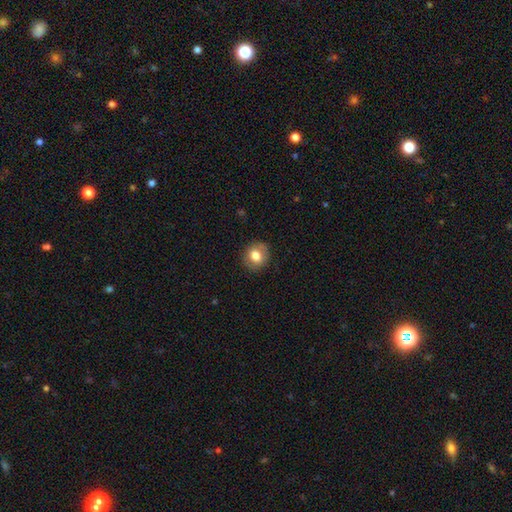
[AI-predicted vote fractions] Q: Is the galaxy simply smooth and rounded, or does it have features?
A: smooth — 77%.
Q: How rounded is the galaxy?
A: round — 76%.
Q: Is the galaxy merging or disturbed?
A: none — 86%.